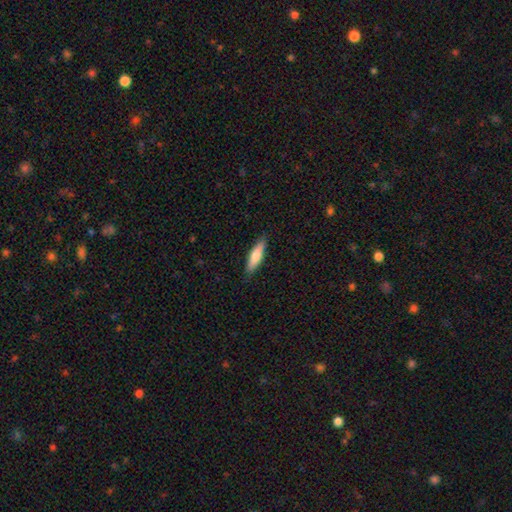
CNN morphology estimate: Overall: smooth (68%). How rounded: cigar-shaped (65%; in between 33%). Merging: none (87%).